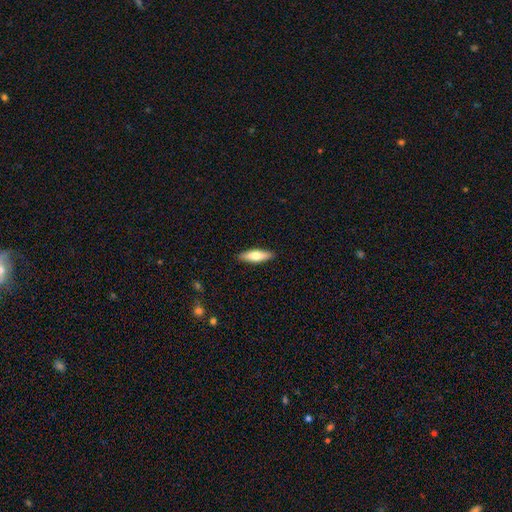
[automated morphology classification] This appears to be a smooth galaxy with no disk features (67%) that is cigar-shaped (50%). Merging: none (90%).